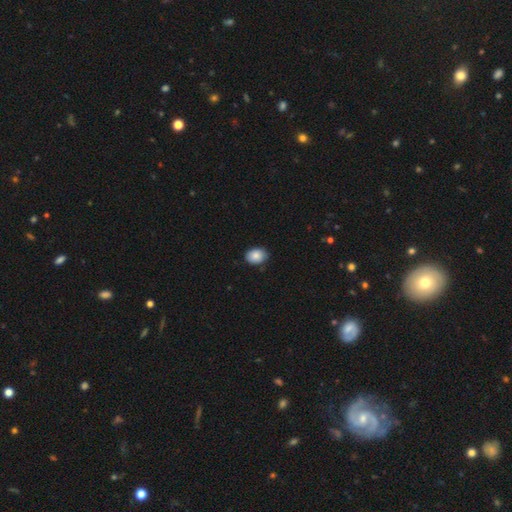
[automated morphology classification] smooth 86%, star or artifact 8%, featured or disk 6%. Down the decision tree: how rounded — in between (69%); merging — none (84%).